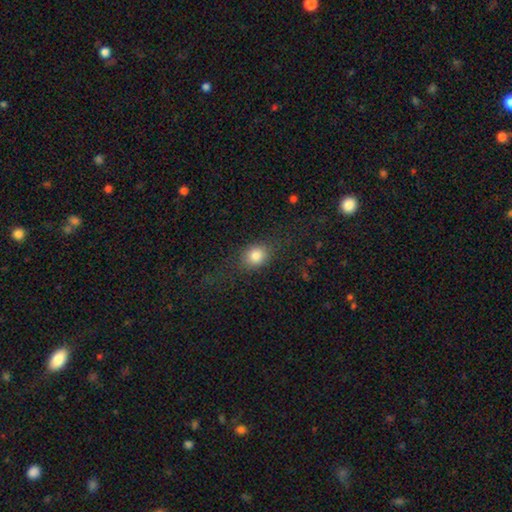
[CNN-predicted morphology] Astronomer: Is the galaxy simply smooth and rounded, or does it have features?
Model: smooth — 82%.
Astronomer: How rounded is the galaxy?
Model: round — 55% (runner-up: in between, 43%).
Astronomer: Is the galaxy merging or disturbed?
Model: none — 73%.